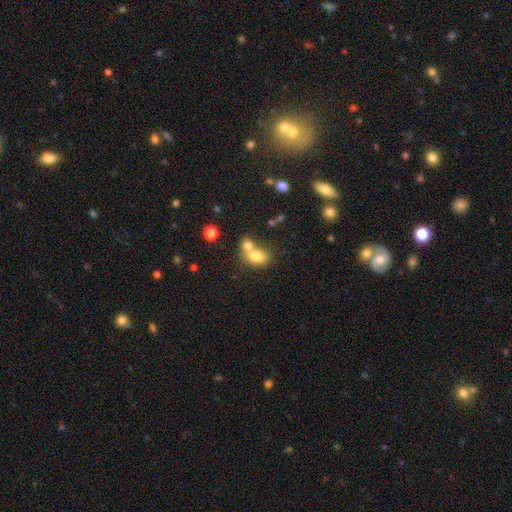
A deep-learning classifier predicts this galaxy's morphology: Smooth or featured: smooth — 75% (featured or disk — 14%)
How rounded: in between — 60% (round — 38%)
Merging: merger — 54% (none — 33%)